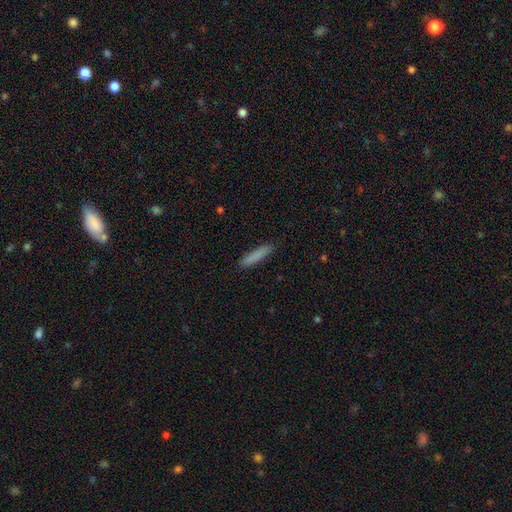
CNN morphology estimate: Smooth or featured?
  - smooth: 84% *
  - featured or disk: 9%
  - star or artifact: 7%
How rounded?
  - cigar-shaped: 90% *
  - in between: 9%
  - round: 1%
Merging?
  - none: 89% *
  - minor disturbance: 8%
  - major disturbance: 2%
  - merger: 1%